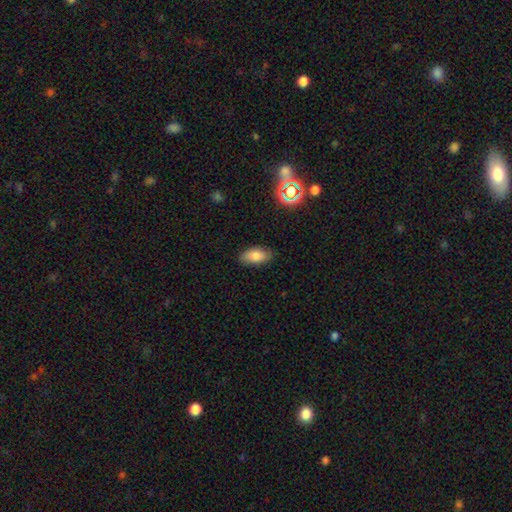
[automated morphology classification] type=smooth (81%); roundness=in between (91%); merging=none (84%).